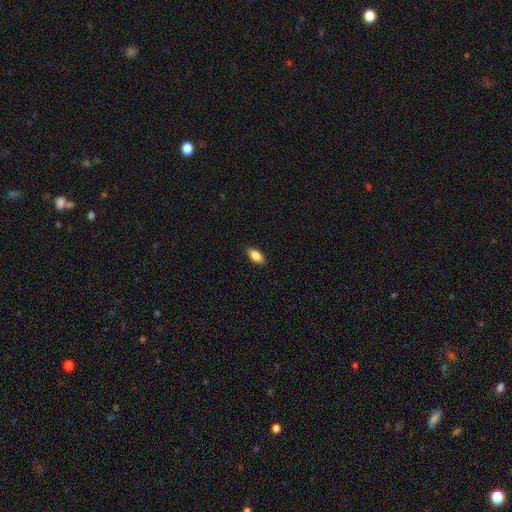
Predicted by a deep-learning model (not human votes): Overall: smooth (87%). How rounded: in between (90%). Merging: none (88%).